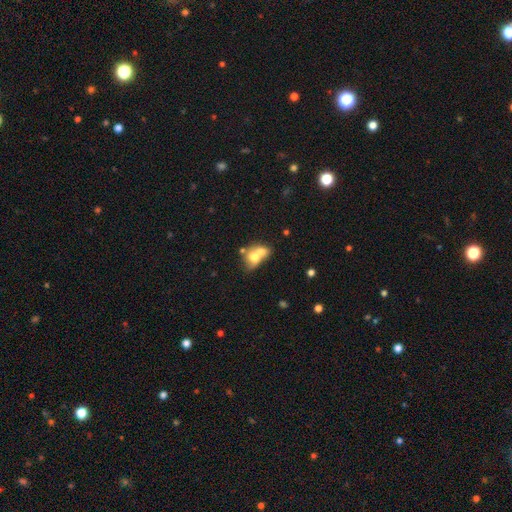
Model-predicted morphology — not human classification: A smooth galaxy with no disk features (64%) that is in between round and cigar-shaped (58%).

Vote fractions:
- Smooth or featured? smooth: 64% / featured or disk: 27% / star or artifact: 9%
- How rounded? in between: 58% / round: 40% / cigar-shaped: 2%
- Merging? merger: 70% / none: 17% / minor disturbance: 7% / major disturbance: 5%